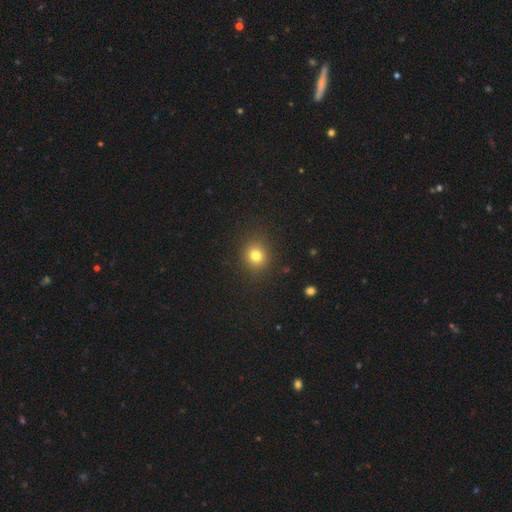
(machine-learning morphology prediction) The model was most divided on "smooth or featured": smooth: 79%, star or artifact: 14%, featured or disk: 7%. More confident: merging — none (89%); how rounded — round (83%).